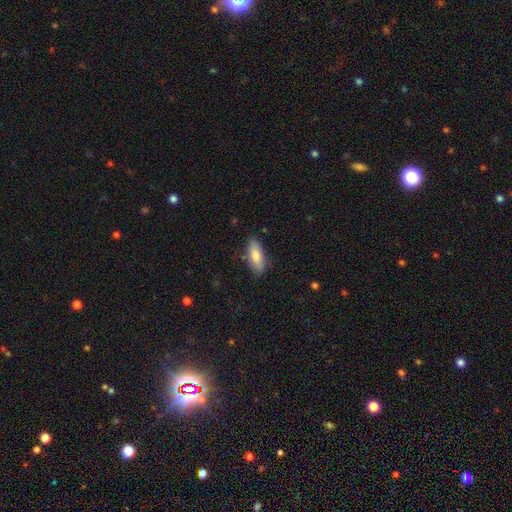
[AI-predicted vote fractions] Overall: smooth (79%). How rounded: in between (77%). Merging: none (80%).